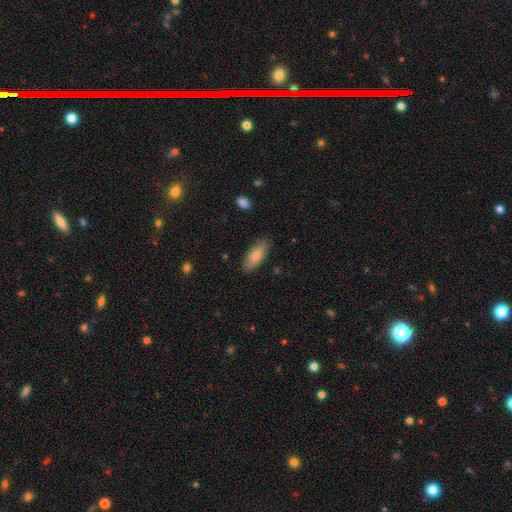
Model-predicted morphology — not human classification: Smooth or featured: smooth — 81% (featured or disk — 13%)
How rounded: in between — 79% (cigar-shaped — 19%)
Merging: none — 85% (minor disturbance — 11%)